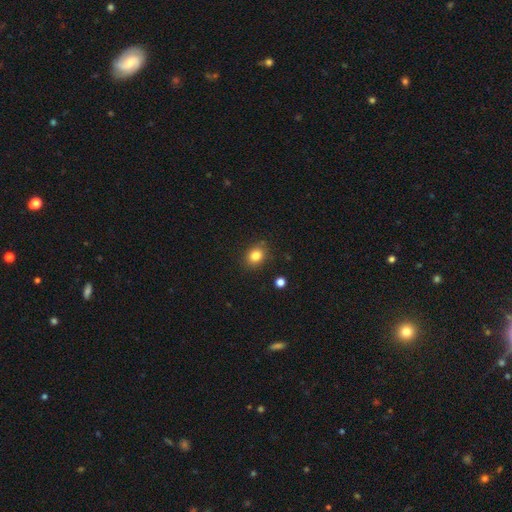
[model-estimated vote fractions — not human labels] The model was most divided on "how rounded": round: 55%, in between: 44%, cigar-shaped: 1%. More confident: merging — none (85%); smooth or featured — smooth (83%).